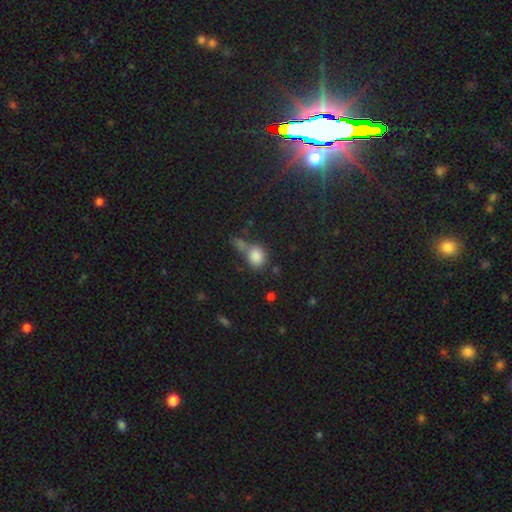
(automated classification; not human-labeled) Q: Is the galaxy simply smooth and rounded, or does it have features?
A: smooth — 82%.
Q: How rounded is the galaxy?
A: round — 62%.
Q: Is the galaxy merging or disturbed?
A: none — 40%.